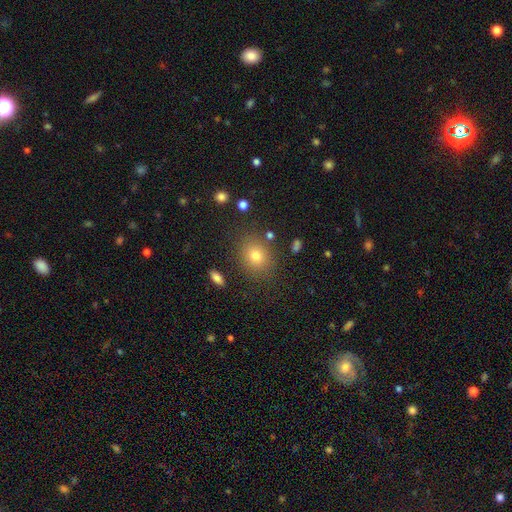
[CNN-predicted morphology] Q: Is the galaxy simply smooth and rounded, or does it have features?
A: smooth — 77%.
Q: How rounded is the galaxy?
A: round — 64%.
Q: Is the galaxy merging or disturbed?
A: none — 83%.